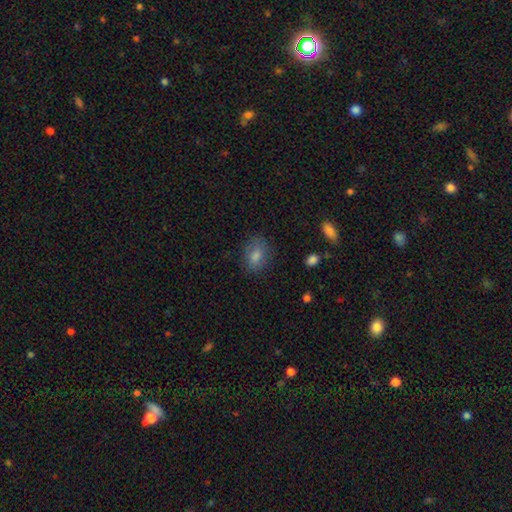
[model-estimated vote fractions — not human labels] A smooth galaxy with no disk features (75%) that is in between round and cigar-shaped (72%).

Vote fractions:
- Smooth or featured? smooth: 75% / star or artifact: 13% / featured or disk: 12%
- How rounded? in between: 72% / round: 25% / cigar-shaped: 2%
- Merging? none: 77% / minor disturbance: 16% / major disturbance: 5% / merger: 1%